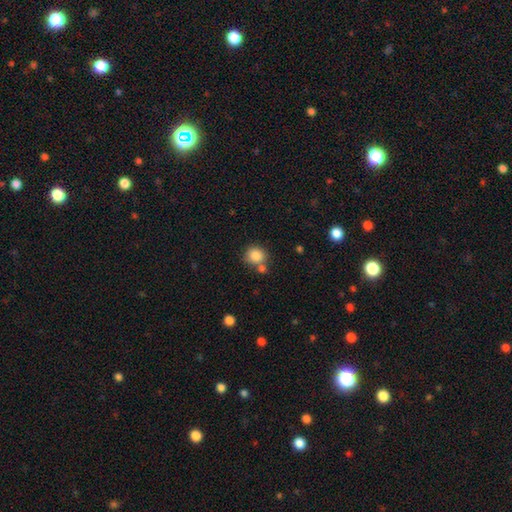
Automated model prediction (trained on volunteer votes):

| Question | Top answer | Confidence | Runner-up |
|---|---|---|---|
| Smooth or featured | smooth | 86% | star or artifact (9%) |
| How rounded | round | 83% | in between (16%) |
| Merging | none | 63% | merger (20%) |